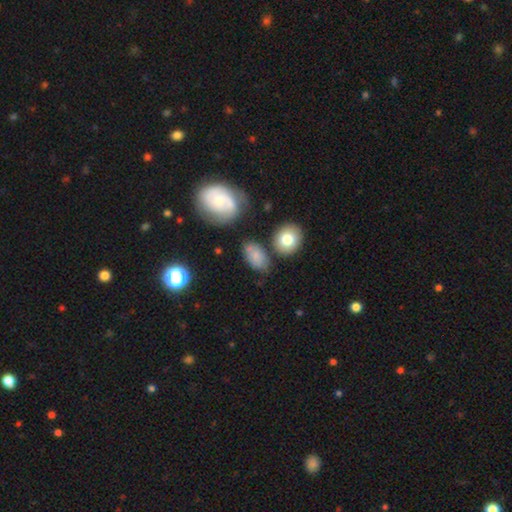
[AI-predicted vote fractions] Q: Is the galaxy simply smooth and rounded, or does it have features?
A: smooth — 65%.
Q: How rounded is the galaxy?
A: in between — 87%.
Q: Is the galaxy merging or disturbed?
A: none — 62%.